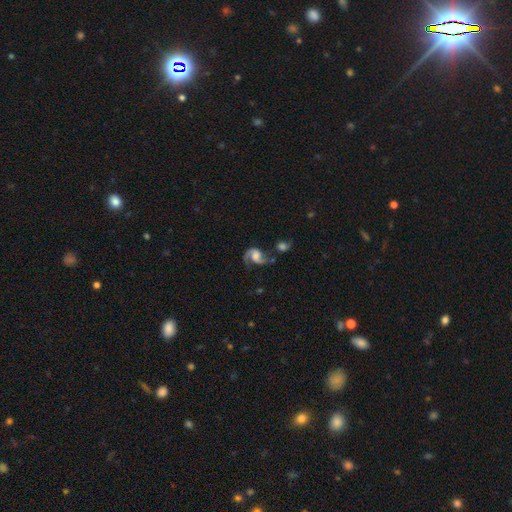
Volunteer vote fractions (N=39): smooth_or_featured: featured or disk (p=0.92) [alt: star or artifact p=0.05]
disk_edge_on: no (p=0.97) [alt: yes p=0.03]
bar: no (p=0.54) [alt: weak p=0.40]
has_spiral_arms: yes (p=1.00)
spiral_winding: medium (p=0.63) [alt: loose p=0.31]
spiral_arm_count: 2 (p=0.83) [alt: 1 p=0.11]
bulge_size: moderate (p=0.46) [alt: large p=0.26]
merging: none (p=0.41) [alt: merger p=0.30]